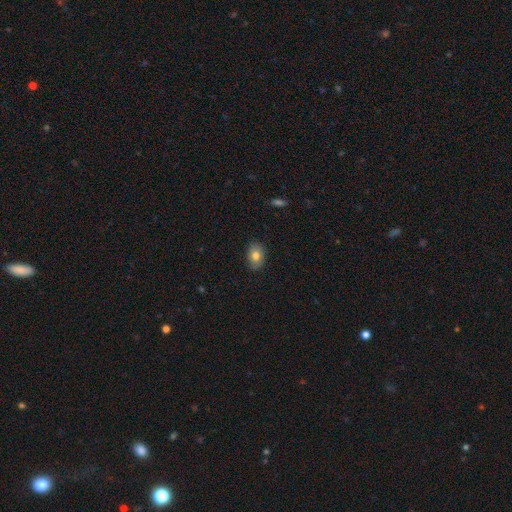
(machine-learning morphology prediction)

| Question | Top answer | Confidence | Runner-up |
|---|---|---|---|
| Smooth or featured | smooth | 80% | featured or disk (12%) |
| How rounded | in between | 80% | round (18%) |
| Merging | none | 87% | minor disturbance (10%) |